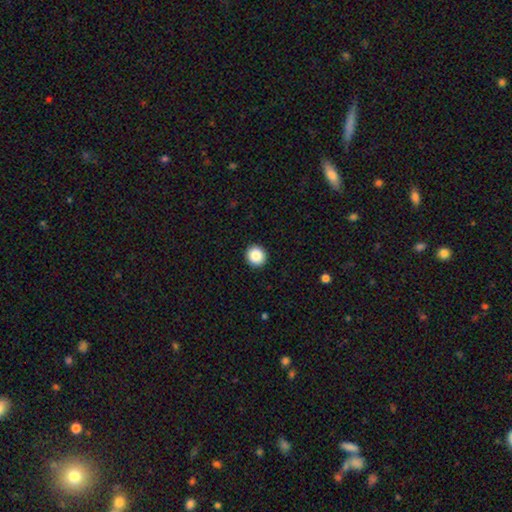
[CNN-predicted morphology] This appears to be a smooth galaxy with no disk features (86%) that is round (92%). Merging: none (93%).